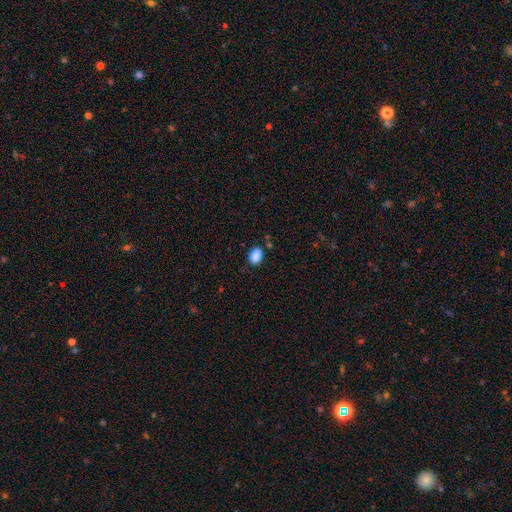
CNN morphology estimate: Q: Smooth or featured?
A: smooth (88%); runner-up: star or artifact (9%)
Q: How rounded?
A: in between (75%); runner-up: round (24%)
Q: Merging?
A: none (83%); runner-up: minor disturbance (11%)